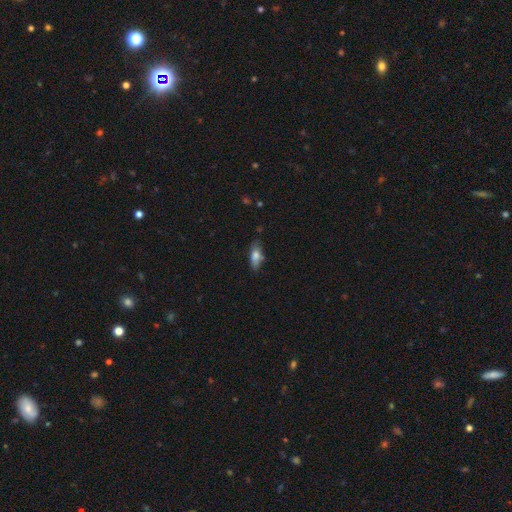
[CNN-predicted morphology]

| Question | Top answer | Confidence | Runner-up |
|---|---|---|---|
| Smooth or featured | smooth | 73% | featured or disk (19%) |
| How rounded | in between | 71% | cigar-shaped (26%) |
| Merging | none | 74% | minor disturbance (20%) |